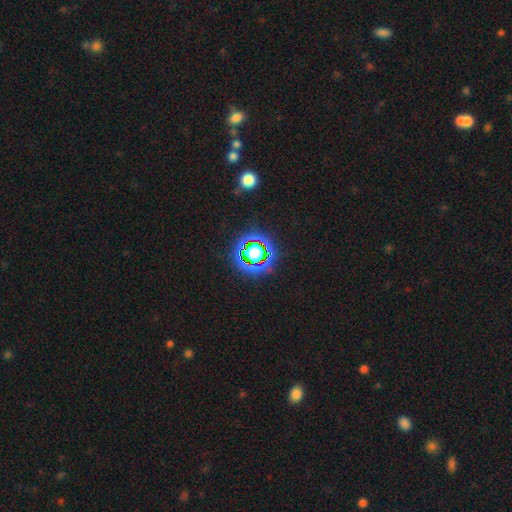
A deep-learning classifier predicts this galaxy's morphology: star or artifact 77%, smooth 14%, featured or disk 9%.